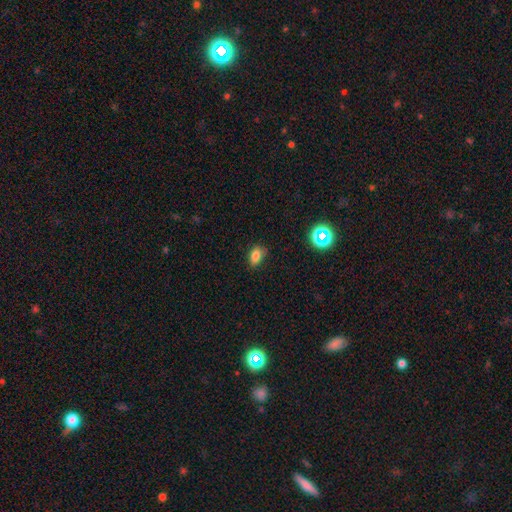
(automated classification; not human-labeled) A smooth galaxy with no disk features (81%) that is in between round and cigar-shaped (83%). Merging: none (73%).